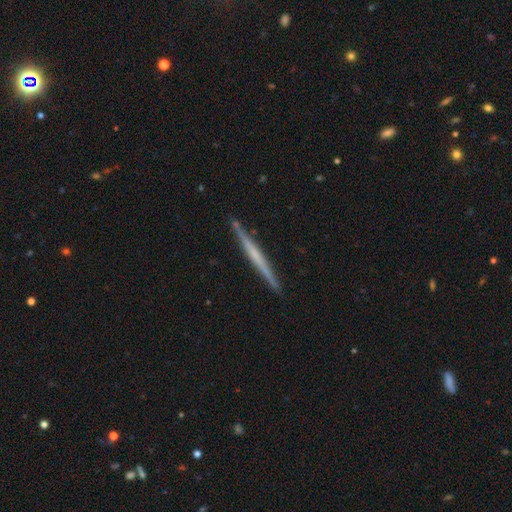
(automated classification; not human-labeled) featured or disk 65%, smooth 30%, star or artifact 5%. Down the decision tree: edge-on disk — yes (98%); edge-on bulge — none (67%); merging — none (91%).